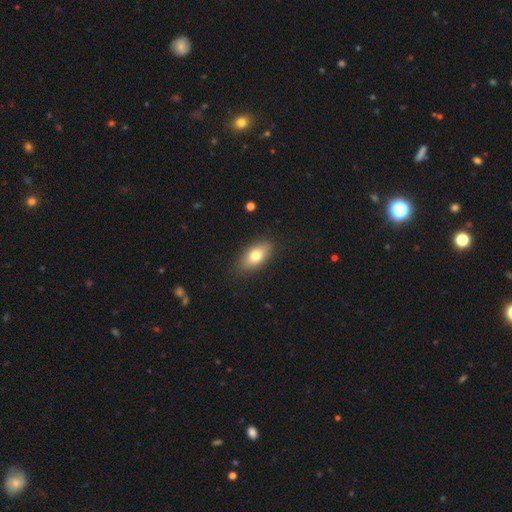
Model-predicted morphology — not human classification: Q: Smooth or featured?
A: smooth (75%); runner-up: featured or disk (18%)
Q: How rounded?
A: in between (85%); runner-up: cigar-shaped (10%)
Q: Merging?
A: none (85%); runner-up: minor disturbance (11%)